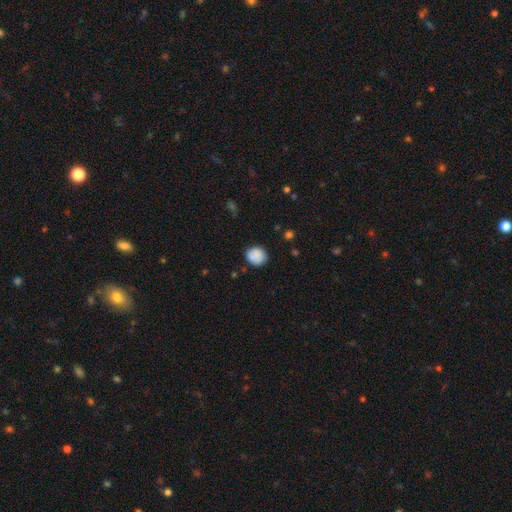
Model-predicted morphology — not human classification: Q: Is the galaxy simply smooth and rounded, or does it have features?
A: smooth — 85%.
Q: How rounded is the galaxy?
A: round — 82%.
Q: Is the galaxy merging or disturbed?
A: none — 78%.